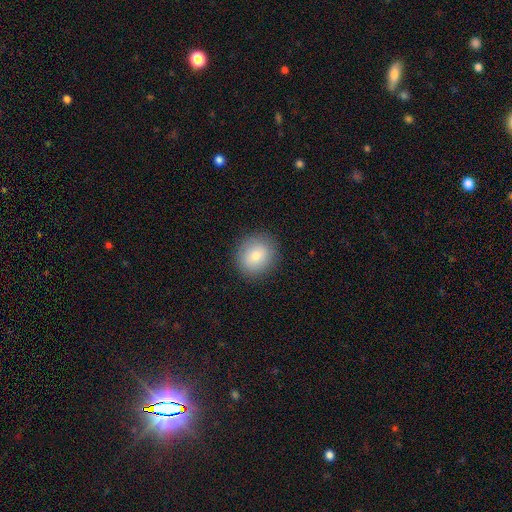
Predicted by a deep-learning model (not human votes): A smooth galaxy with no disk features (78%) that is round (84%). Merging: none (88%).